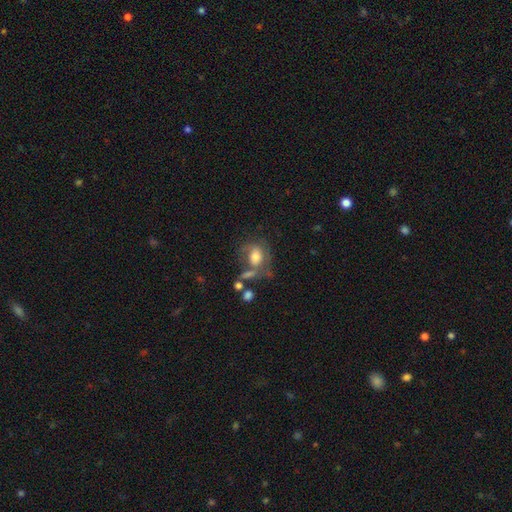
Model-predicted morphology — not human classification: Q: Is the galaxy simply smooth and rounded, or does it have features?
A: smooth — 60%.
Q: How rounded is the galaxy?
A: in between — 61%.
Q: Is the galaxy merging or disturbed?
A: none — 36%.